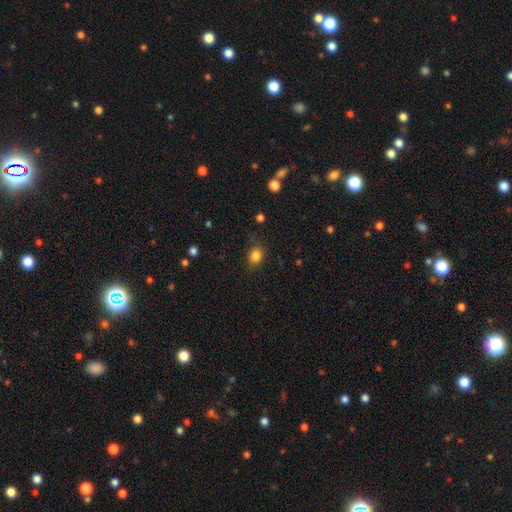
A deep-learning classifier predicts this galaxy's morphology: Smooth or featured? smooth (84%)
How rounded? round (62%)
Merging? none (76%)